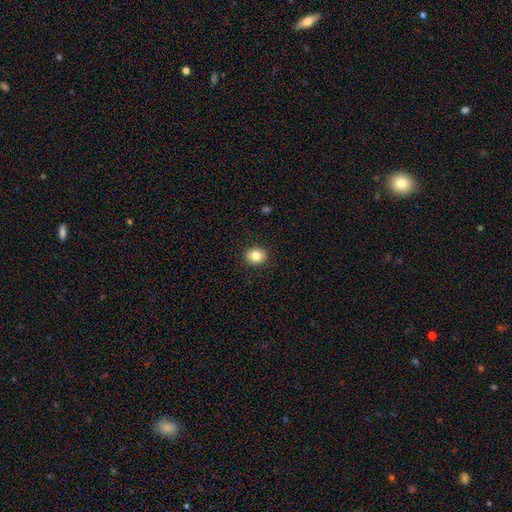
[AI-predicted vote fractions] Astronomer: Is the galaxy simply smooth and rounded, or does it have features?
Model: smooth — 83%.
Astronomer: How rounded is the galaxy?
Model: round — 71%.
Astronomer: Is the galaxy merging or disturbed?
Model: none — 91%.